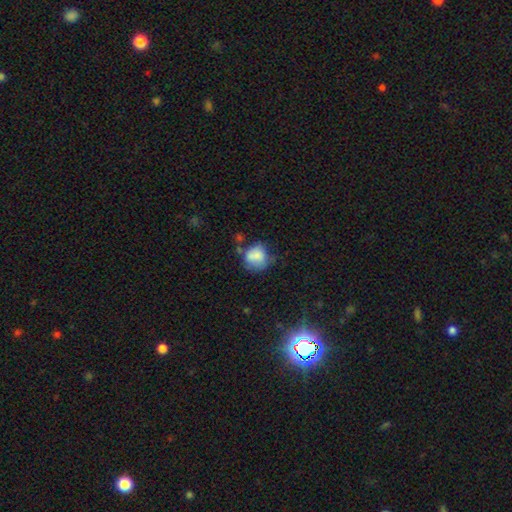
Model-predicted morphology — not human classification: A smooth galaxy with no disk features (75%) that is round (71%). Merging: none (44%).